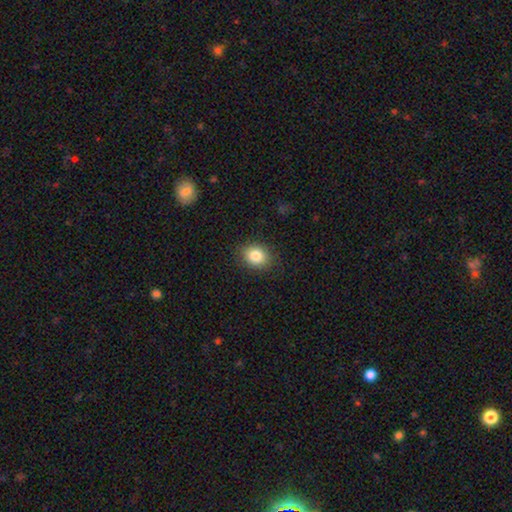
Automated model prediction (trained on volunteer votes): The model was most divided on "how rounded": round: 50%, in between: 49%, cigar-shaped: 1%. More confident: merging — none (86%); smooth or featured — smooth (84%).